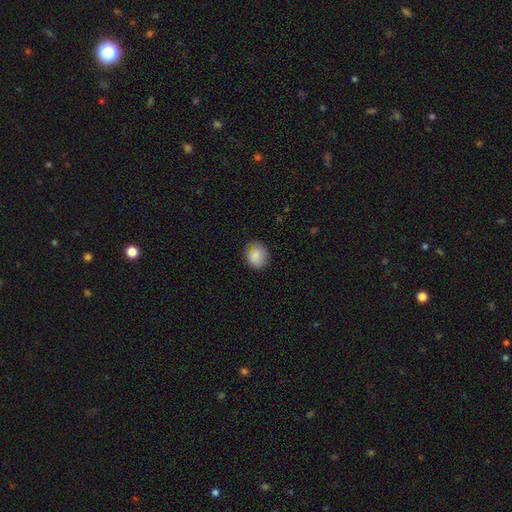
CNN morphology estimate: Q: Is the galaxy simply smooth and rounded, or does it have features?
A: smooth — 87%.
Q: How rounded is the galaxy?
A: round — 70%.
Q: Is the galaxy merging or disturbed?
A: none — 75%.